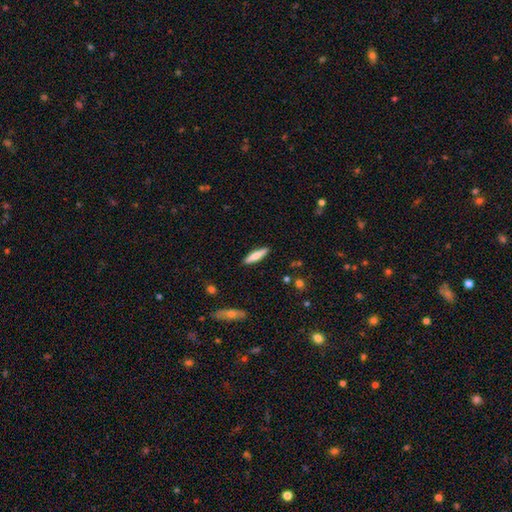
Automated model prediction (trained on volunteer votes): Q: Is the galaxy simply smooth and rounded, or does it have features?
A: smooth — 68%.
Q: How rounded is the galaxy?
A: cigar-shaped — 78%.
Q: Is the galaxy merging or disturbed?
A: none — 89%.